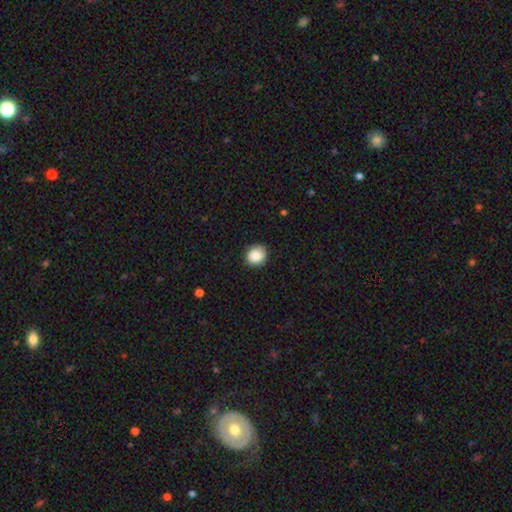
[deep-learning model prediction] Smooth or featured: smooth — 88% (star or artifact — 8%)
How rounded: round — 85% (in between — 15%)
Merging: none — 88% (minor disturbance — 9%)